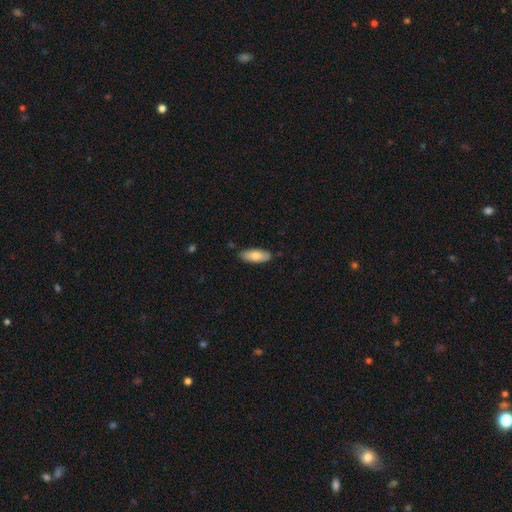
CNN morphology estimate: smooth_or_featured: smooth (p=0.80) [alt: featured or disk p=0.14]
how_rounded: in between (p=0.77) [alt: cigar-shaped p=0.21]
merging: none (p=0.84) [alt: minor disturbance p=0.13]